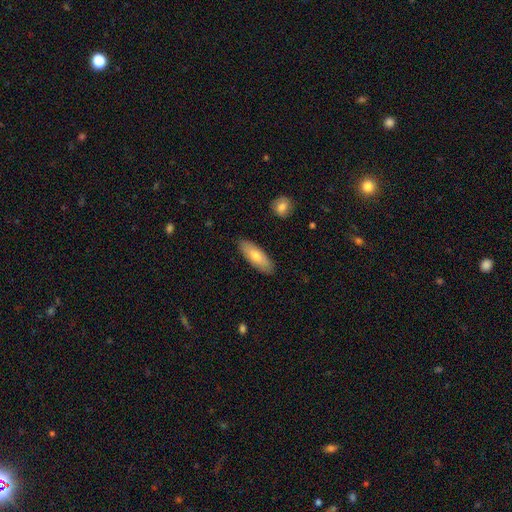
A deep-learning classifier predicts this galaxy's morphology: Smooth or featured? smooth (71%)
How rounded? in between (66%)
Merging? none (88%)